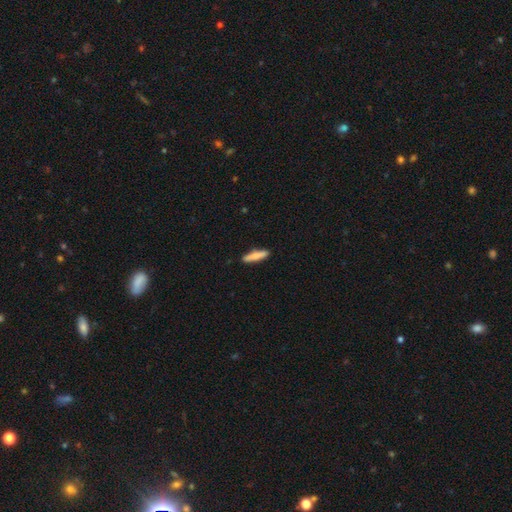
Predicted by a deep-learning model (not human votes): Smooth or featured: smooth — 76% (featured or disk — 19%)
How rounded: cigar-shaped — 82% (in between — 16%)
Merging: none — 89% (minor disturbance — 8%)